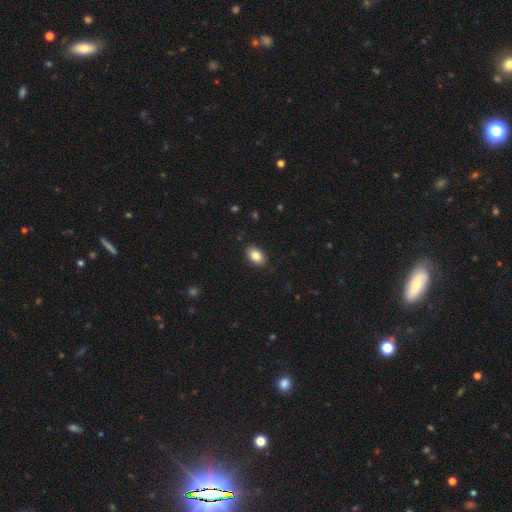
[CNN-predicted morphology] Smooth or featured? smooth (85%)
How rounded? in between (87%)
Merging? none (89%)